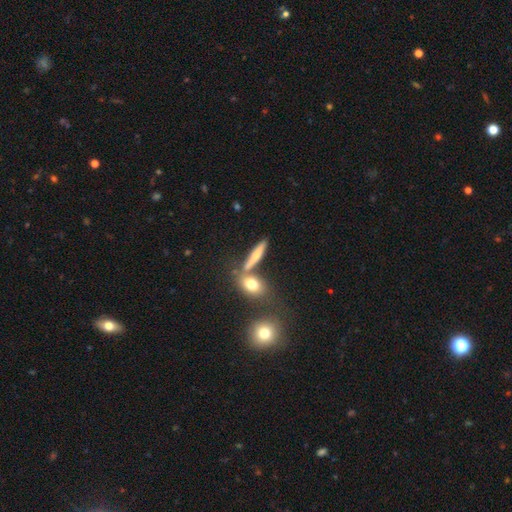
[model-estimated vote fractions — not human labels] This is likely a smooth galaxy (63%). How rounded: likely cigar-shaped (65%). Merging: likely none (64%).